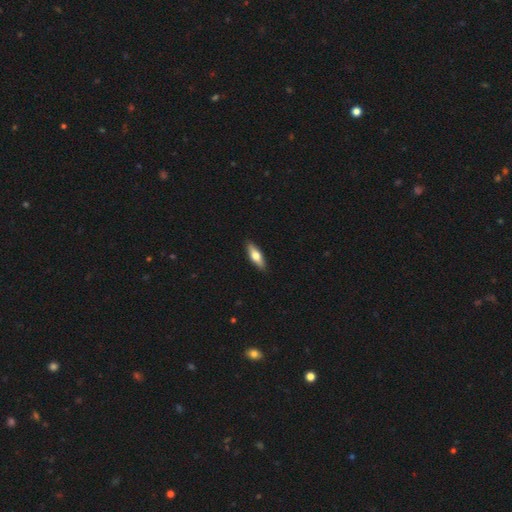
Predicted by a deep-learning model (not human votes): Q: Smooth or featured?
A: smooth (57%); runner-up: featured or disk (37%)
Q: How rounded?
A: in between (50%); runner-up: cigar-shaped (48%)
Q: Merging?
A: none (90%); runner-up: minor disturbance (7%)